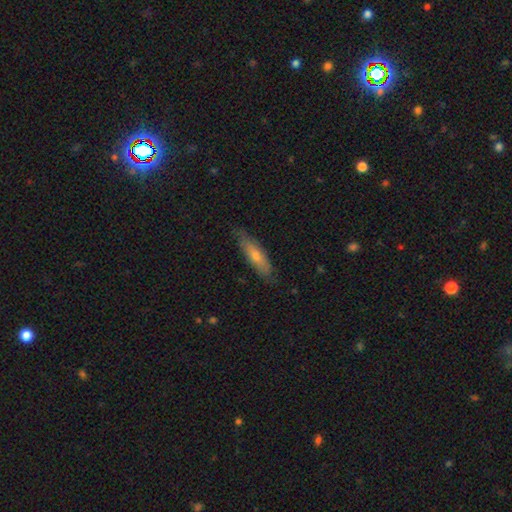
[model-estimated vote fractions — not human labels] A smooth galaxy with no disk features (56%) that is cigar-shaped (72%). Merging: none (79%).